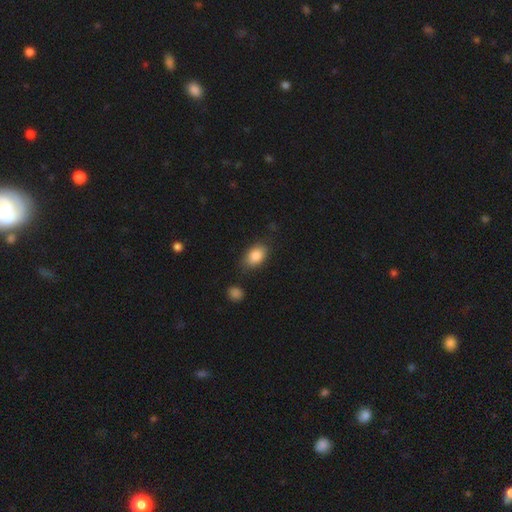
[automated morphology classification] Overall: smooth (85%). How rounded: in between (87%). Merging: none (77%).